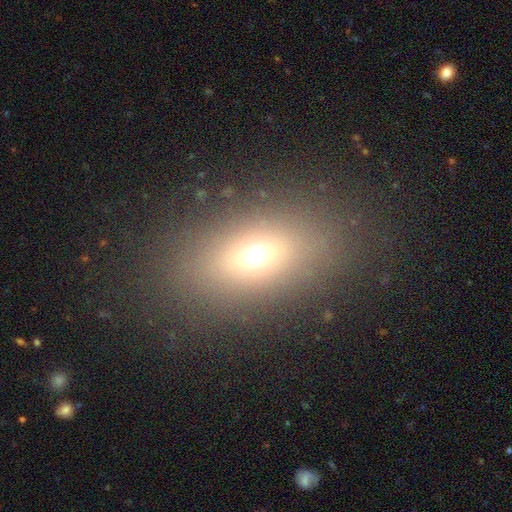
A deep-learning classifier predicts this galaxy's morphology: smooth 62%, star or artifact 21%, featured or disk 16%. Down the decision tree: how rounded — in between (71%); merging — none (83%).